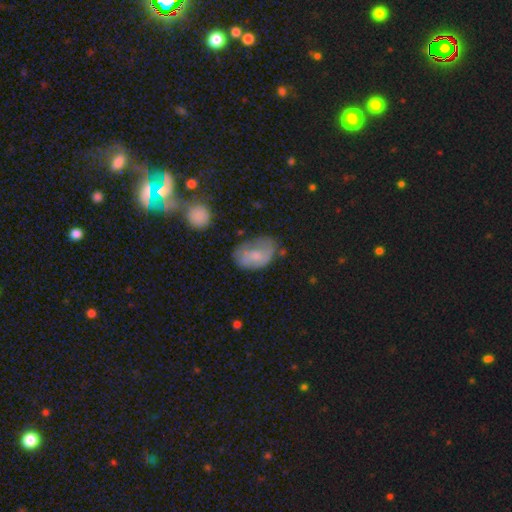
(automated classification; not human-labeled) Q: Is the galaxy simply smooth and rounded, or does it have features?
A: smooth — 62%.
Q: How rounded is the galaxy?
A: in between — 87%.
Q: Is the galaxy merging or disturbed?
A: none — 47%.